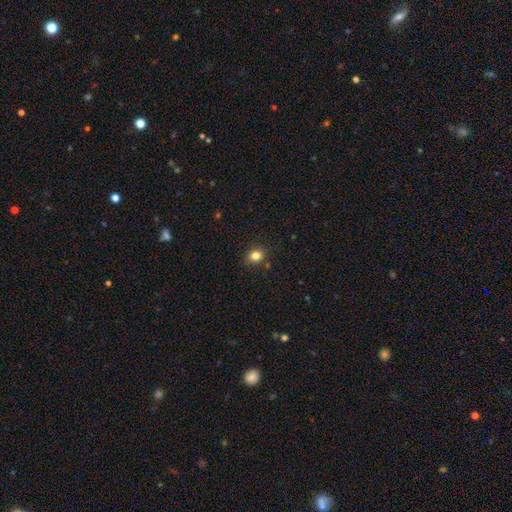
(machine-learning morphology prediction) smooth-or-featured: smooth: 81% | star or artifact: 12% | featured or disk: 6%
  how-rounded: round: 57% | in between: 42% | cigar-shaped: 1%
  merging: none: 84% | minor disturbance: 11% | major disturbance: 2% | merger: 2%